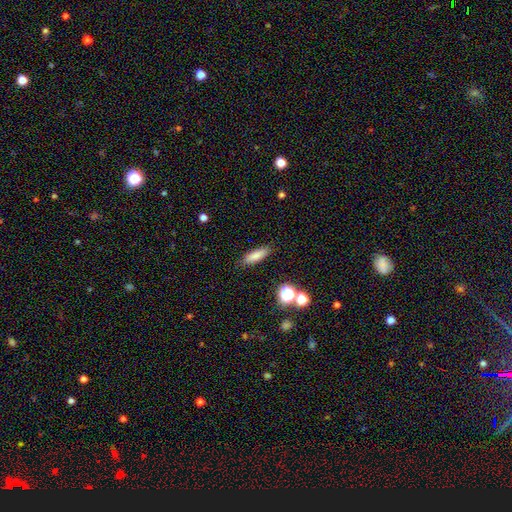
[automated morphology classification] A smooth galaxy with no disk features (80%) that is cigar-shaped (53%).

Vote fractions:
- Smooth or featured? smooth: 80% / star or artifact: 10% / featured or disk: 10%
- How rounded? cigar-shaped: 53% / in between: 44% / round: 4%
- Merging? none: 86% / minor disturbance: 9% / major disturbance: 3% / merger: 2%